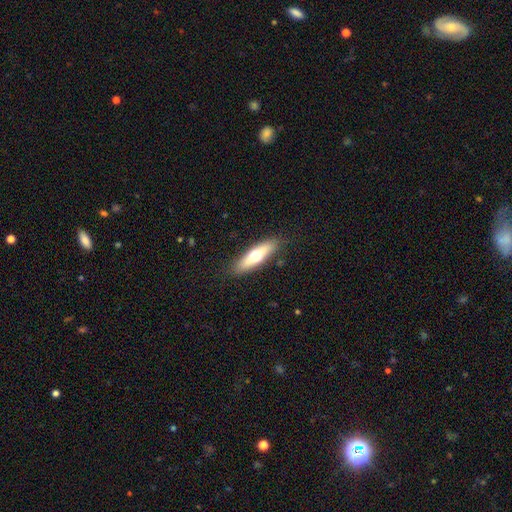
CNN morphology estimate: Smooth or featured? Predicted: smooth (p=0.56). How rounded? Predicted: cigar-shaped (p=0.58). Merging? Predicted: none (p=0.86).